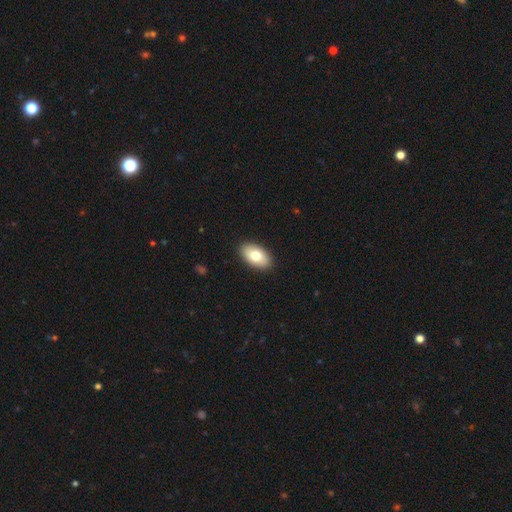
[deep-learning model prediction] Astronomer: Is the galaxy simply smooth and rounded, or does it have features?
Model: smooth — 76%.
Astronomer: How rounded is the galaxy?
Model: in between — 94%.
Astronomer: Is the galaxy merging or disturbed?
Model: none — 90%.